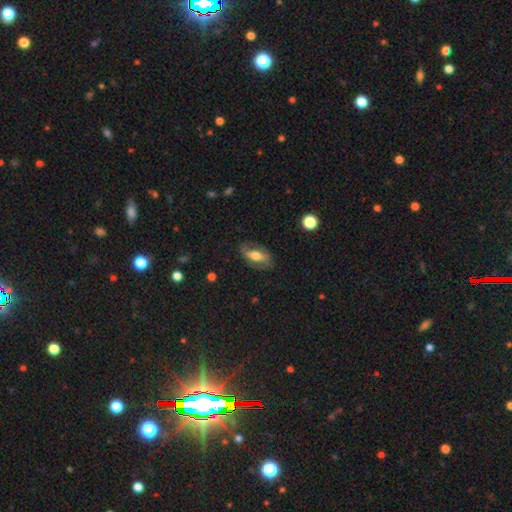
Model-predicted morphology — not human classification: smooth_or_featured: featured or disk (p=0.47) [alt: smooth p=0.46]
merging: none (p=0.74) [alt: minor disturbance p=0.17]